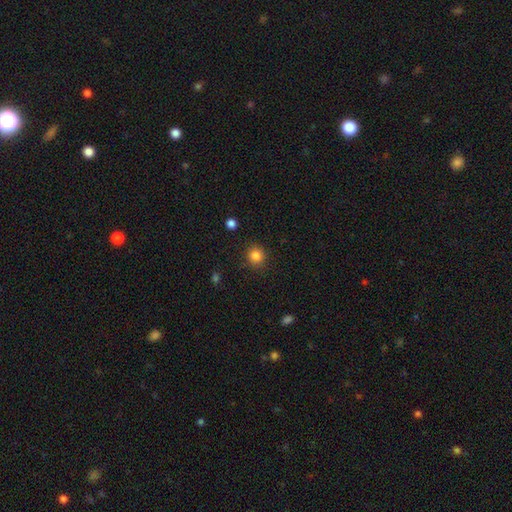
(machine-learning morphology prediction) This appears to be a smooth galaxy with no disk features (84%) that is round (90%). Merging: none (89%).